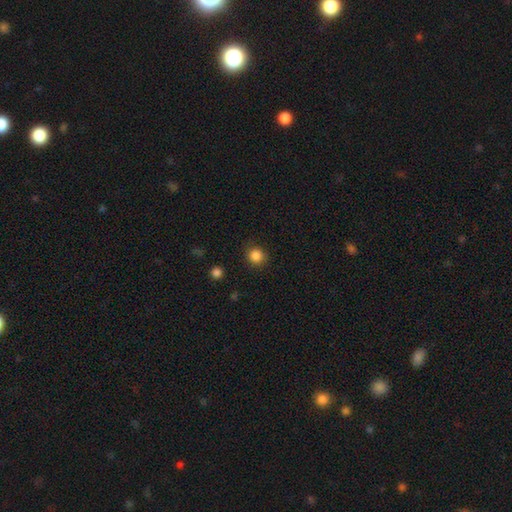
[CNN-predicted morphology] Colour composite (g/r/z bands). It shows a smooth galaxy with no disk features (85%) that is round (90%). Merging: none (88%).